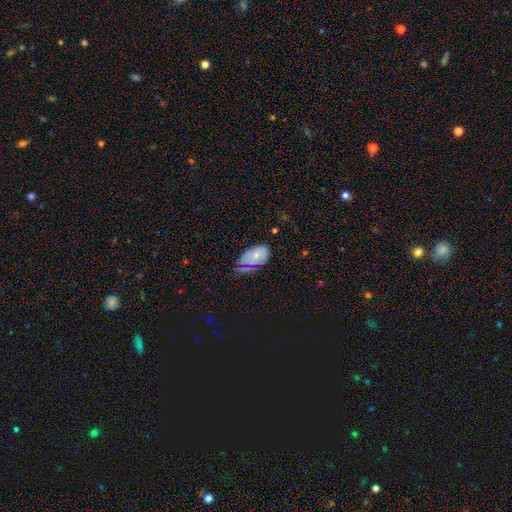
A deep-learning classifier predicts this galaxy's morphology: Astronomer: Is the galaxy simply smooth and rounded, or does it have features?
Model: smooth — 67%.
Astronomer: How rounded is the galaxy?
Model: in between — 92%.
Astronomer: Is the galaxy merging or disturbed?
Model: none — 41% (runner-up: minor disturbance, 40%).